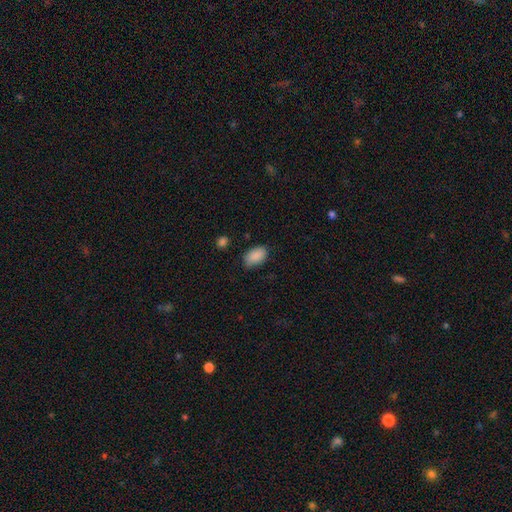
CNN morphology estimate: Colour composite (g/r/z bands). It shows a smooth galaxy with no disk features (89%) that is in between round and cigar-shaped (90%). Merging: none (73%).